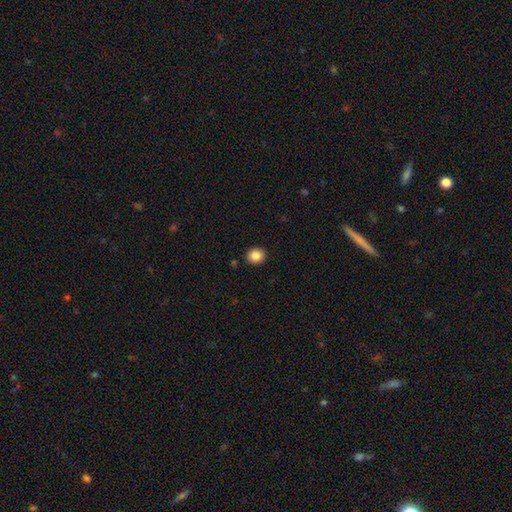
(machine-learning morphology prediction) smooth-or-featured: smooth: 86% | star or artifact: 10% | featured or disk: 5%
  how-rounded: round: 80% | in between: 19% | cigar-shaped: 1%
  merging: none: 91% | minor disturbance: 6% | major disturbance: 2% | merger: 2%